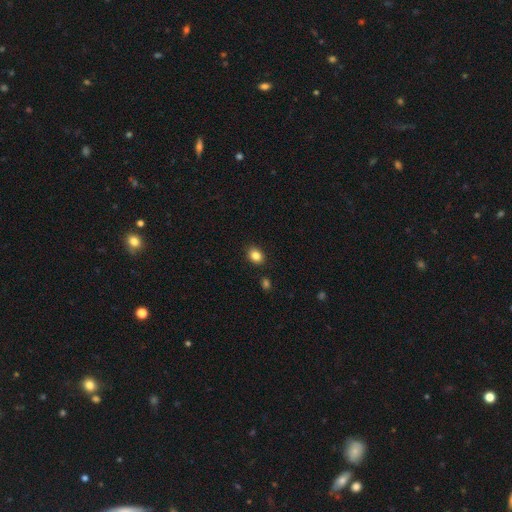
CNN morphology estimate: Overall: smooth (85%). How rounded: in between (54%; round 45%). Merging: none (87%).